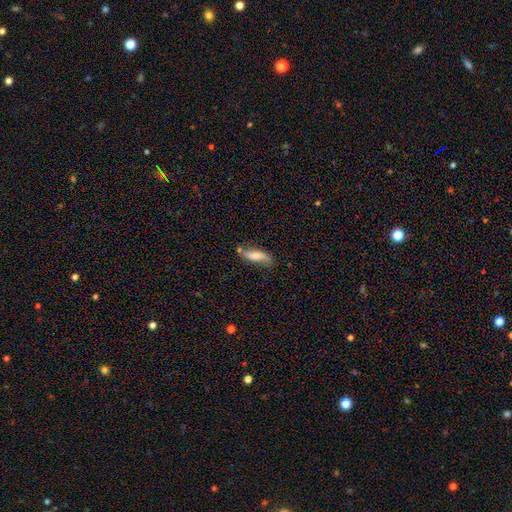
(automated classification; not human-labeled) Overall: smooth (61%; featured or disk 32%). How rounded: cigar-shaped (49%, tied with in between). Merging: none (53%; minor disturbance 28%).